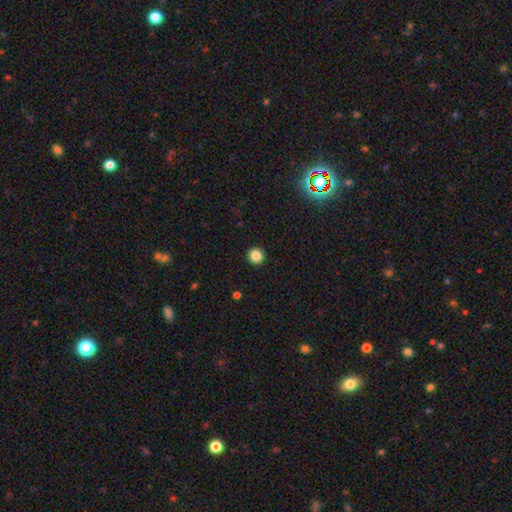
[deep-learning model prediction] This appears to be a smooth galaxy with no disk features (86%) that is round (96%). Merging: none (94%).